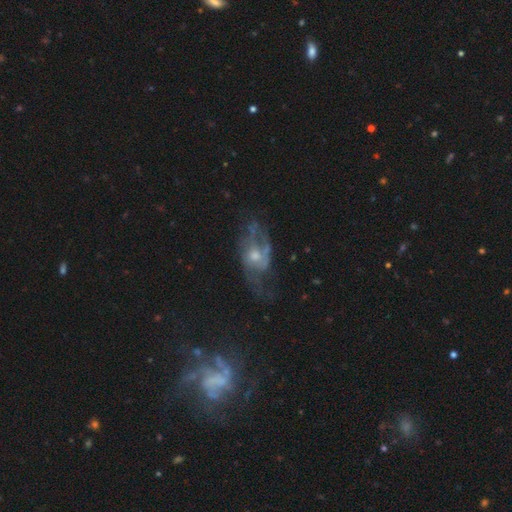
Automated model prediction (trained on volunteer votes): Smooth or featured: featured or disk — 76% (smooth — 15%)
Edge-on disk: no — 93% (yes — 7%)
Bar: no — 72% (weak — 24%)
Spiral arms: yes — 80% (no — 20%)
Spiral winding: medium — 41% (loose — 38%)
Spiral arm count: 2 — 51% (can't tell — 26%)
Bulge size: moderate — 58% (small — 31%)
Merging: none — 47% (major disturbance — 27%)